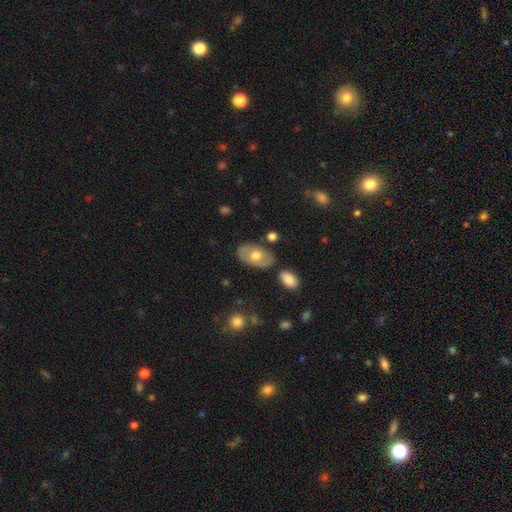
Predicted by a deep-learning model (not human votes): A smooth galaxy with no disk features (55%) that is in between round and cigar-shaped (91%).

Vote fractions:
- Smooth or featured? smooth: 55% / featured or disk: 39% / star or artifact: 6%
- How rounded? in between: 91% / round: 8% / cigar-shaped: 1%
- Merging? none: 76% / minor disturbance: 15% / merger: 5% / major disturbance: 4%